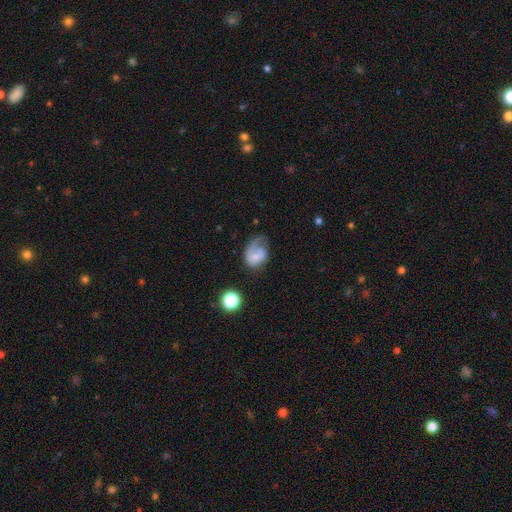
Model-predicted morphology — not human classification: Smooth or featured?
  - smooth: 48% *
  - featured or disk: 43%
  - star or artifact: 10%
Merging?
  - major disturbance: 38% *
  - none: 32%
  - minor disturbance: 26%
  - merger: 4%